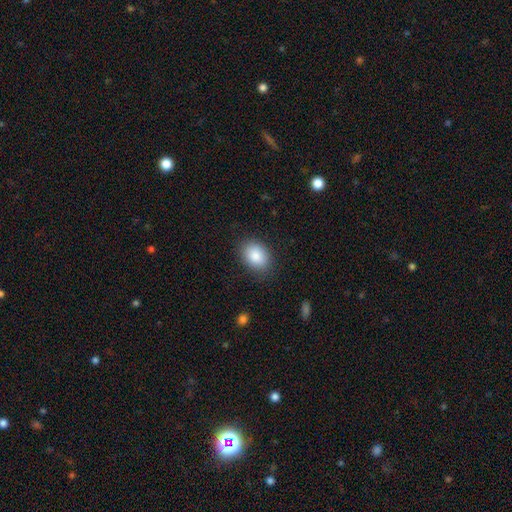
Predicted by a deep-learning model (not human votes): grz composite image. It shows a smooth galaxy with no disk features (87%) that is in between round and cigar-shaped (73%). Merging: none (84%).